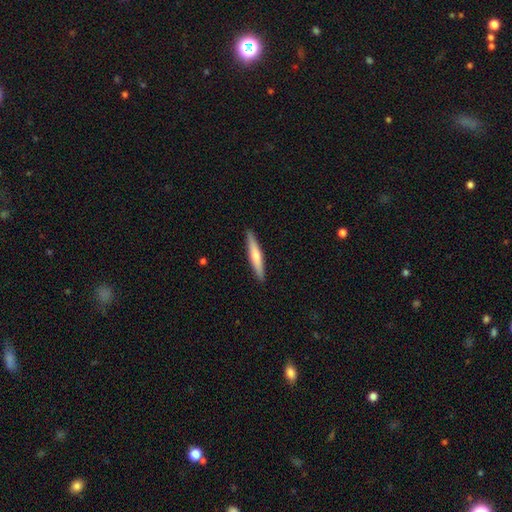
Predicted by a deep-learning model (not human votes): This appears to be a smooth galaxy with no disk features (54%) that is cigar-shaped (93%). Merging: none (91%).